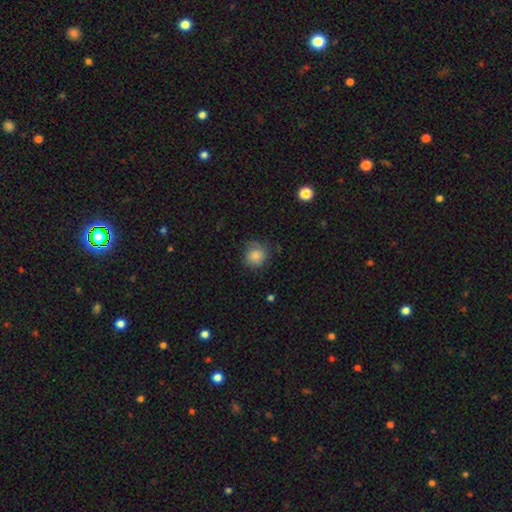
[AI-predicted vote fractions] Q: Smooth or featured?
A: smooth (82%); runner-up: featured or disk (9%)
Q: How rounded?
A: round (85%); runner-up: in between (14%)
Q: Merging?
A: none (68%); runner-up: minor disturbance (24%)